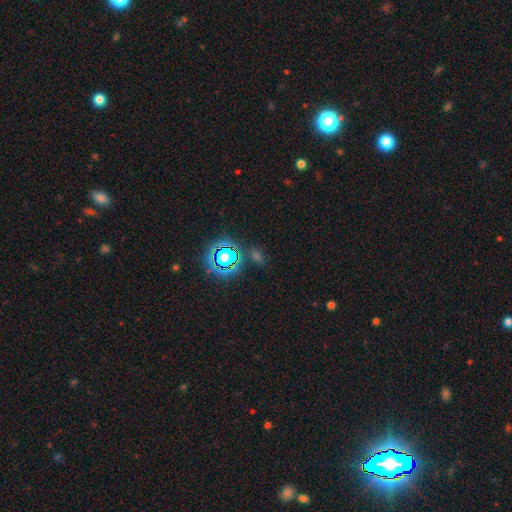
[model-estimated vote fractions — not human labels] Smooth or featured?
  - star or artifact: 64% *
  - smooth: 26%
  - featured or disk: 10%